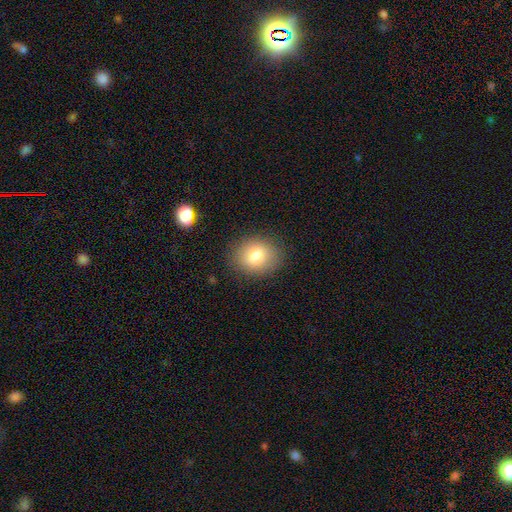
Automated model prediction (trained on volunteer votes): Smooth or featured? Predicted: smooth (p=0.80). How rounded? Predicted: round (p=0.61). Merging? Predicted: none (p=0.86).